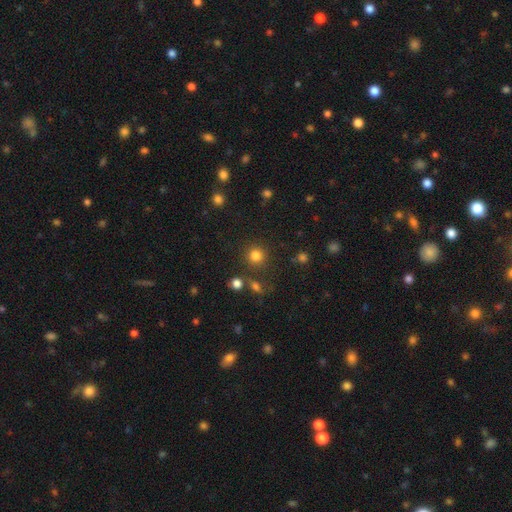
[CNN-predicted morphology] smooth-or-featured: smooth: 81% | star or artifact: 14% | featured or disk: 5%
  how-rounded: round: 93% | in between: 6% | cigar-shaped: 1%
  merging: none: 85% | minor disturbance: 7% | merger: 5% | major disturbance: 3%